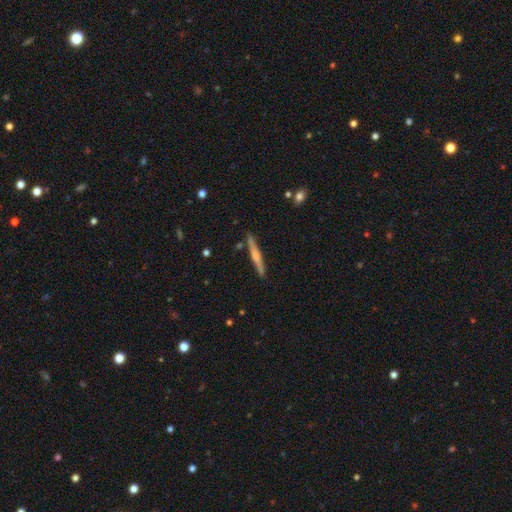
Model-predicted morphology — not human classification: Overall: featured or disk (56%; smooth 38%). Edge-on disk: yes (97%). Edge-on bulge: rounded (54%; none 26%). Merging: none (88%).